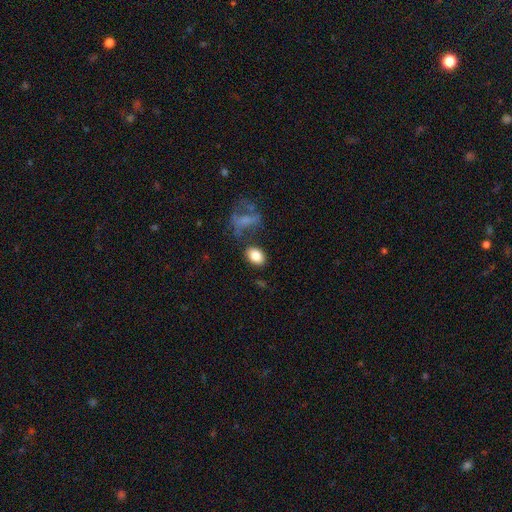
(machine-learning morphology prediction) The model was most divided on "merging": none: 73%, minor disturbance: 14%, merger: 8%, major disturbance: 5%. More confident: smooth or featured — smooth (83%); how rounded — in between (82%).